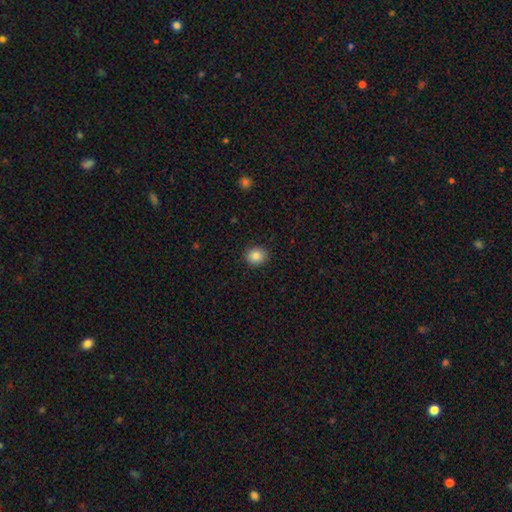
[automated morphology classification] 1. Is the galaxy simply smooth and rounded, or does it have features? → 86% smooth, 9% star or artifact, 4% featured or disk.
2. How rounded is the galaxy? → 71% round, 29% in between, 1% cigar-shaped.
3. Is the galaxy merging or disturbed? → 90% none, 7% minor disturbance, 2% major disturbance, 1% merger.